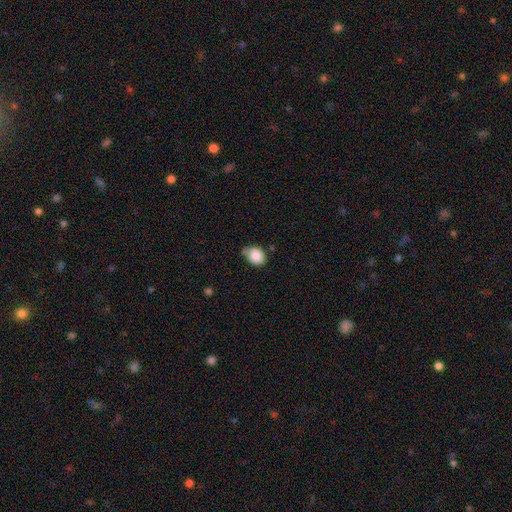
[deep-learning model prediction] Smooth or featured? smooth (86%)
How rounded? round (52%)
Merging? none (59%)